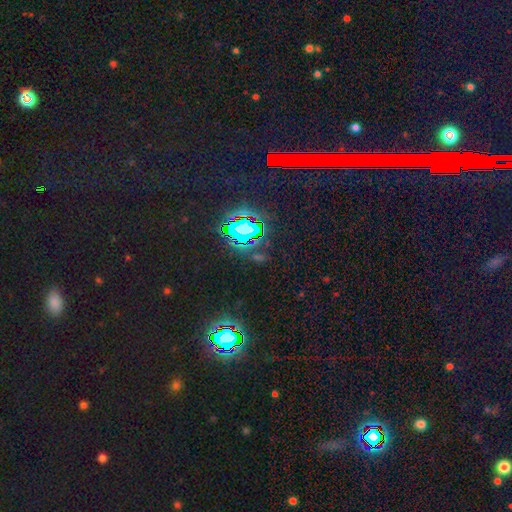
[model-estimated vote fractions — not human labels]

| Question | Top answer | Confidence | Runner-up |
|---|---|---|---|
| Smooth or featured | star or artifact | 82% | smooth (11%) |